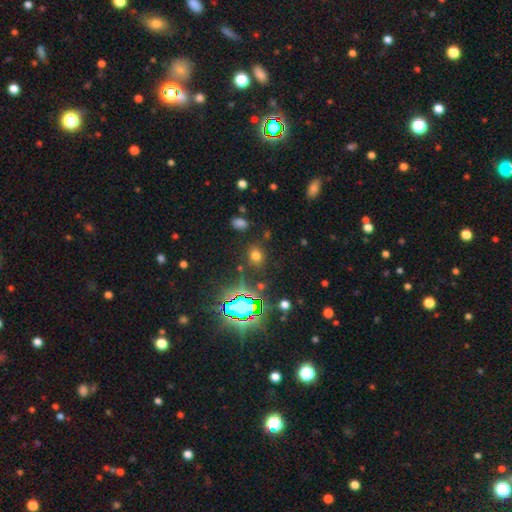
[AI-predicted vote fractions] smooth 64%, star or artifact 28%, featured or disk 8%. Down the decision tree: how rounded — round (55%); merging — none (82%).